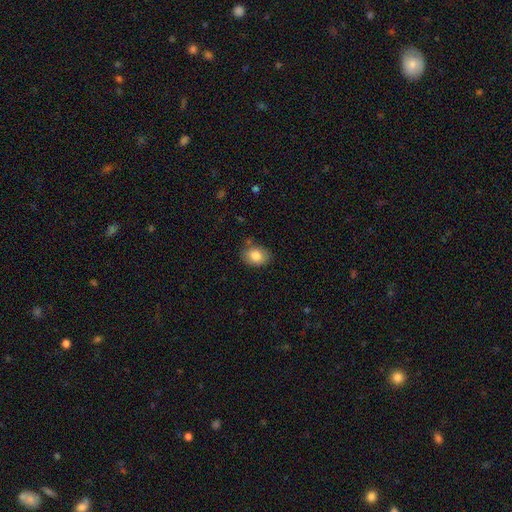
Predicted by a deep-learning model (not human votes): This appears to be a smooth galaxy with no disk features (83%) that is in between round and cigar-shaped (65%). Merging: none (76%).